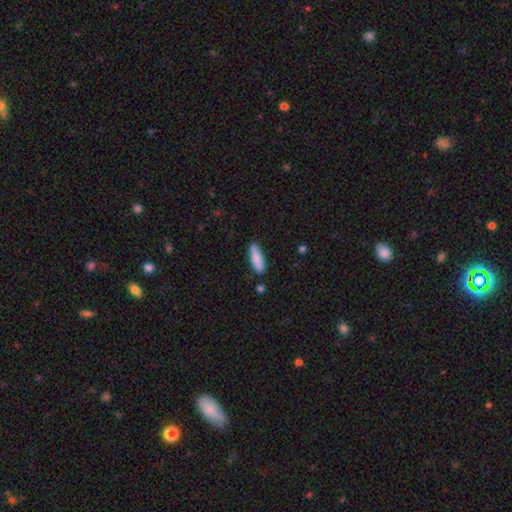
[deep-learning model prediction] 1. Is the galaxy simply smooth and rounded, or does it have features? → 86% smooth, 8% featured or disk, 6% star or artifact.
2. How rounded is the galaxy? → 57% cigar-shaped, 41% in between, 1% round.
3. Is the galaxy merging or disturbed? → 84% none, 12% minor disturbance, 2% merger, 2% major disturbance.